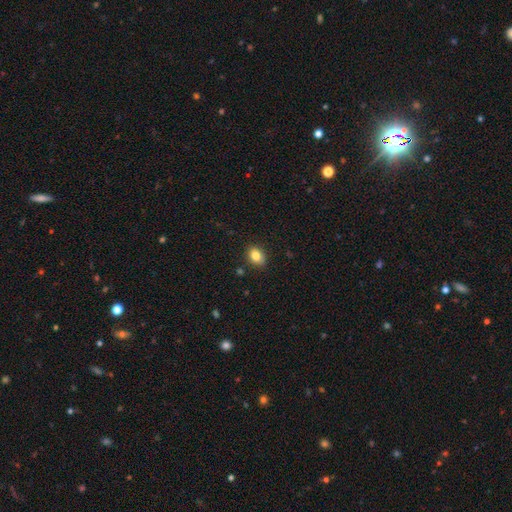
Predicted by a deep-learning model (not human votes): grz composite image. It shows a smooth galaxy with no disk features (84%) that is in between round and cigar-shaped (64%). Merging: none (85%).